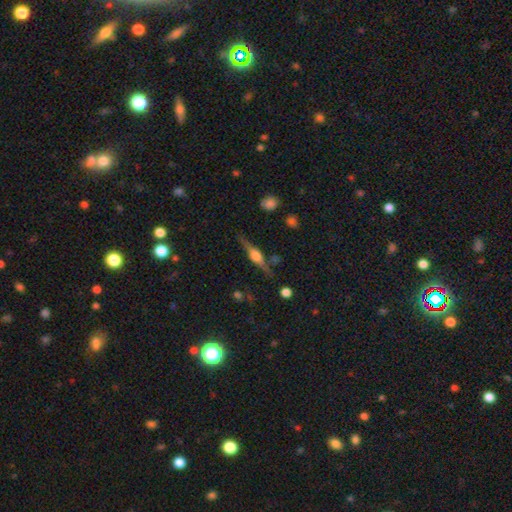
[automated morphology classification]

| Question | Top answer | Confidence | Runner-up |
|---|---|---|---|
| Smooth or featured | featured or disk | 77% | smooth (16%) |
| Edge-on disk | yes | 97% | no (3%) |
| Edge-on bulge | rounded | 86% | boxy (12%) |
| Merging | none | 82% | minor disturbance (12%) |